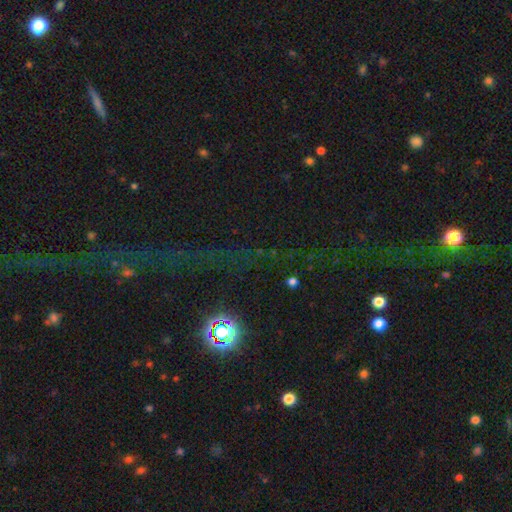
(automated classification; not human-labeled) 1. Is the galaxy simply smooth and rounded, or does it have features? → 75% star or artifact, 13% smooth, 12% featured or disk.